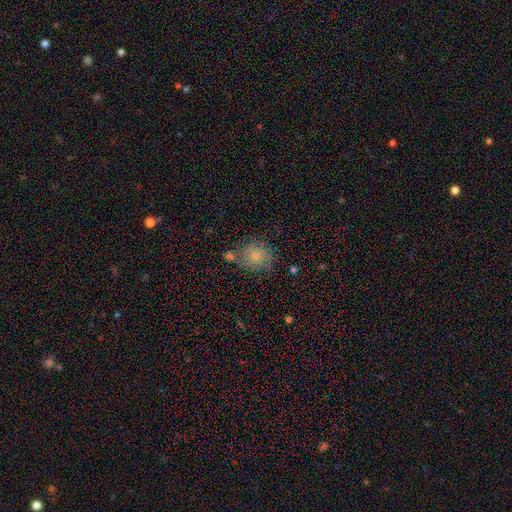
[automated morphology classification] smooth_or_featured: smooth (p=0.71) [alt: featured or disk p=0.18]
how_rounded: round (p=0.83) [alt: in between p=0.15]
merging: none (p=0.66) [alt: minor disturbance p=0.19]